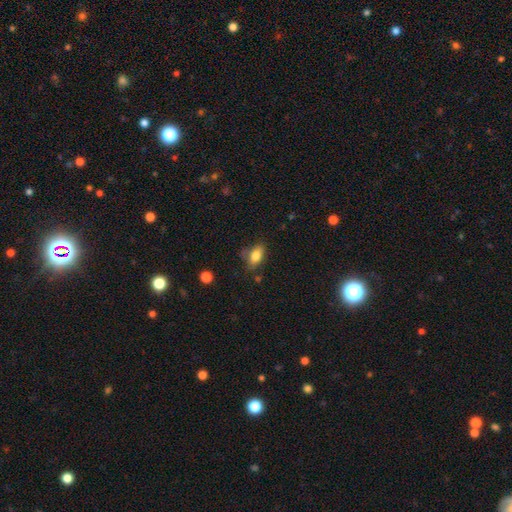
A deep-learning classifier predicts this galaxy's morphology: A smooth galaxy with no disk features (78%) that is in between round and cigar-shaped (85%). Merging: none (61%).